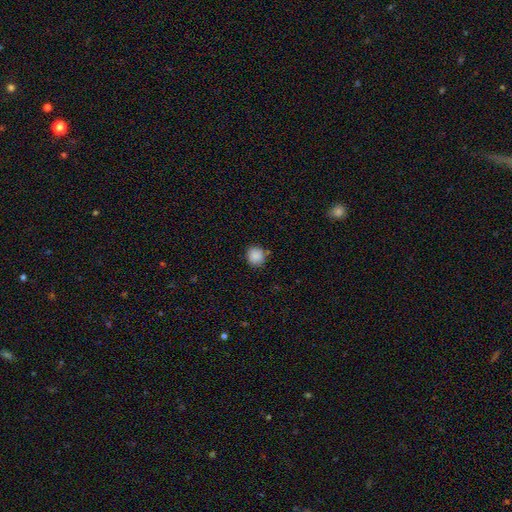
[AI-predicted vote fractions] A smooth galaxy with no disk features (88%) that is round (91%). Merging: none (84%).